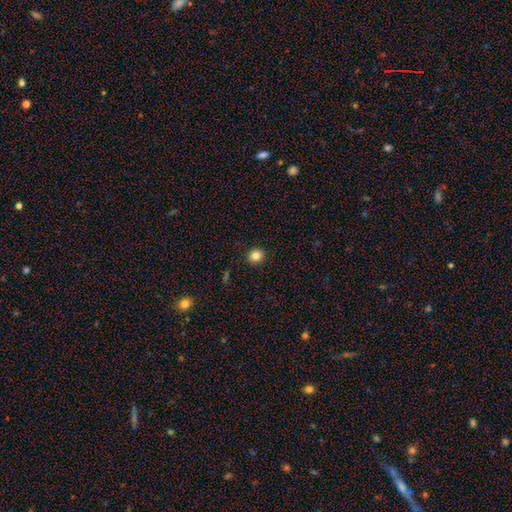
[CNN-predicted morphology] Smooth or featured? Predicted: smooth (p=0.83). How rounded? Predicted: round (p=0.78). Merging? Predicted: none (p=0.91).